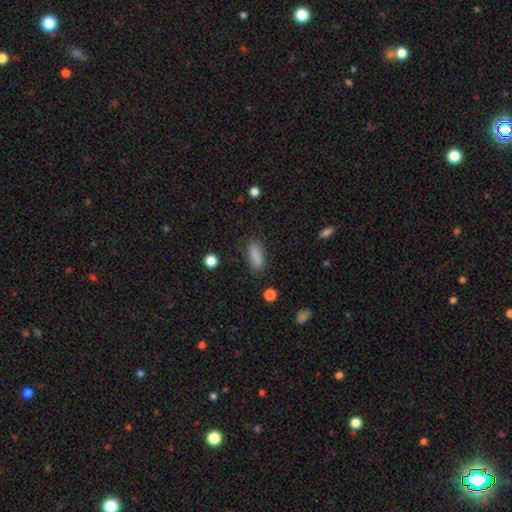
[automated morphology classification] Smooth or featured: smooth — 86% (star or artifact — 9%)
How rounded: in between — 76% (cigar-shaped — 21%)
Merging: none — 81% (minor disturbance — 14%)